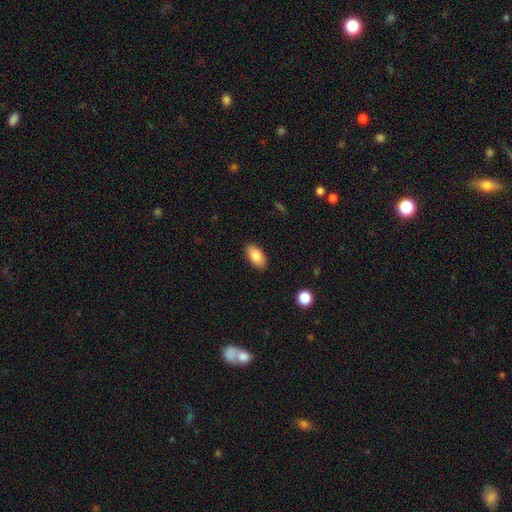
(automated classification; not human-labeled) smooth 85%, featured or disk 8%, star or artifact 7%. Down the decision tree: how rounded — in between (93%); merging — none (88%).